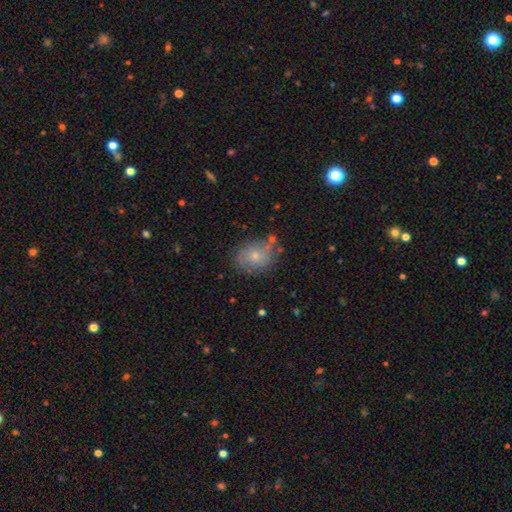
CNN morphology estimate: A smooth galaxy with no disk features (67%) that is in between round and cigar-shaped (52%).

Vote fractions:
- Smooth or featured? smooth: 67% / featured or disk: 21% / star or artifact: 13%
- How rounded? in between: 52% / round: 47% / cigar-shaped: 1%
- Merging? none: 75% / minor disturbance: 16% / merger: 5% / major disturbance: 4%